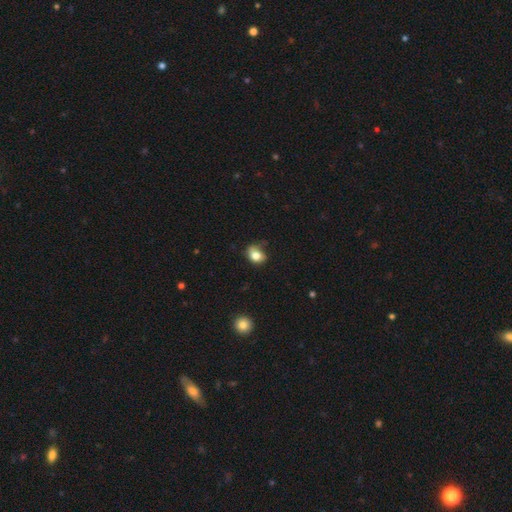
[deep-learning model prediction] This is likely a smooth galaxy (79%). How rounded: likely in between (61%). Merging: possibly none (52%).